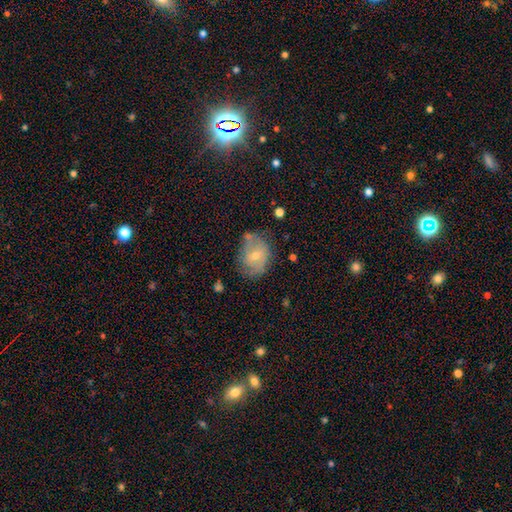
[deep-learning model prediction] smooth 48%, featured or disk 44%, star or artifact 8%. Down the decision tree: merging — none (58%).